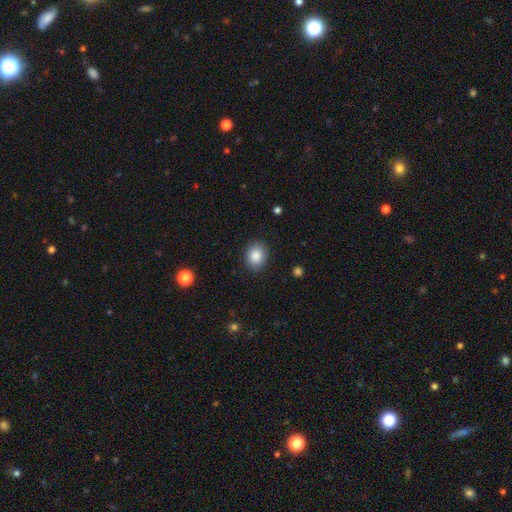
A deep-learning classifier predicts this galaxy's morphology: Smooth or featured: smooth — 86% (star or artifact — 8%)
How rounded: round — 55% (in between — 44%)
Merging: none — 87% (minor disturbance — 9%)